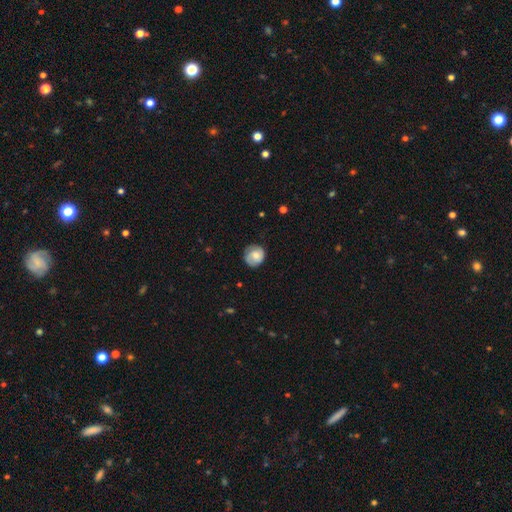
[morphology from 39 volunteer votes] Smooth or featured?
  - smooth: 59% *
  - featured or disk: 38%
  - star or artifact: 3%
How rounded?
  - round: 87% *
  - in between: 9%
  - cigar-shaped: 4%
Merging?
  - none: 66% *
  - minor disturbance: 24%
  - major disturbance: 8%
  - merger: 3%